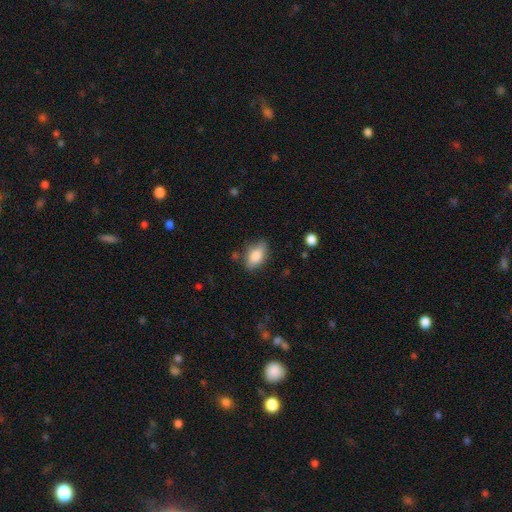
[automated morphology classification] type=smooth (77%); roundness=in between (87%); merging=none (73%).